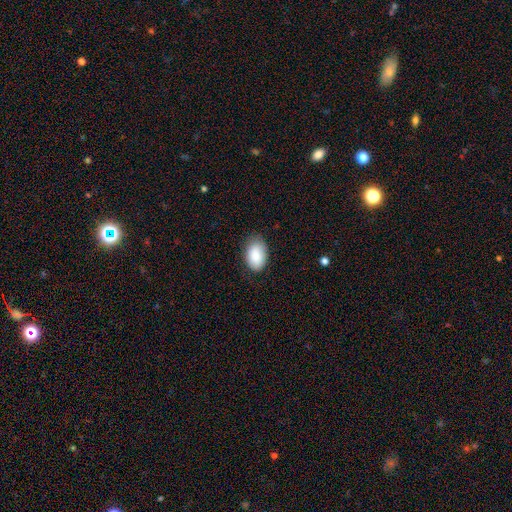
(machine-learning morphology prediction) Overall: smooth (87%). How rounded: in between (90%). Merging: none (76%).